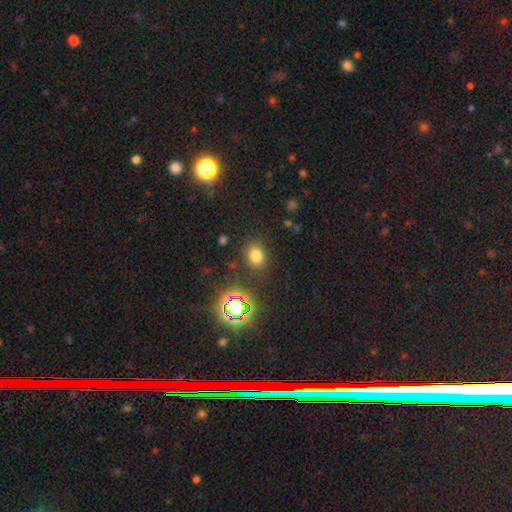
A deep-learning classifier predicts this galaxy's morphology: smooth 73%, star or artifact 20%, featured or disk 7%. Down the decision tree: how rounded — round (56%); merging — none (83%).